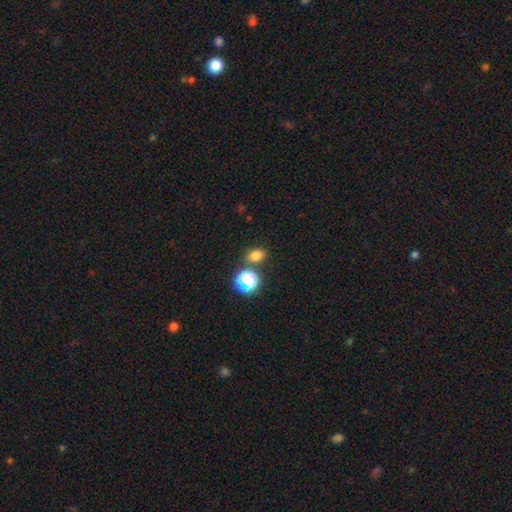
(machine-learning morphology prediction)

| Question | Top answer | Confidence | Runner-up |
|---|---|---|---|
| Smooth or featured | smooth | 75% | star or artifact (19%) |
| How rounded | in between | 64% | round (35%) |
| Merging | none | 78% | minor disturbance (10%) |